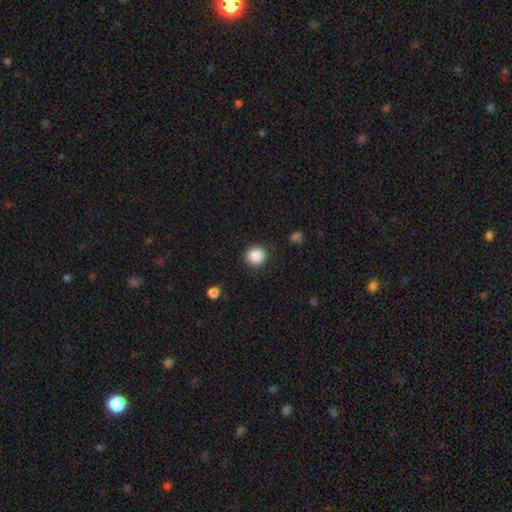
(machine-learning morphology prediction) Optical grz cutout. It shows a smooth galaxy with no disk features (87%) that is round (93%). Merging: none (89%).